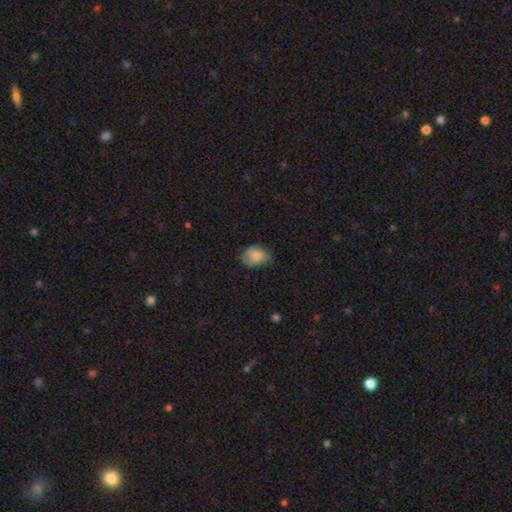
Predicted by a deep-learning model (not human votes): smooth_or_featured: smooth (p=0.77) [alt: featured or disk p=0.15]
how_rounded: in between (p=0.70) [alt: round p=0.29]
merging: none (p=0.48) [alt: minor disturbance p=0.38]